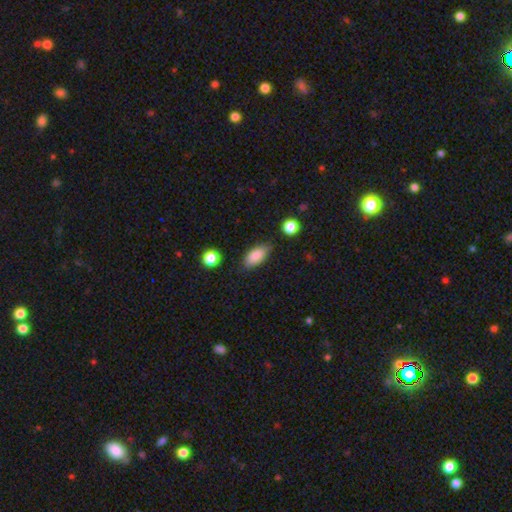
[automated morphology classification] Overall: smooth (86%). How rounded: in between (89%). Merging: none (79%).